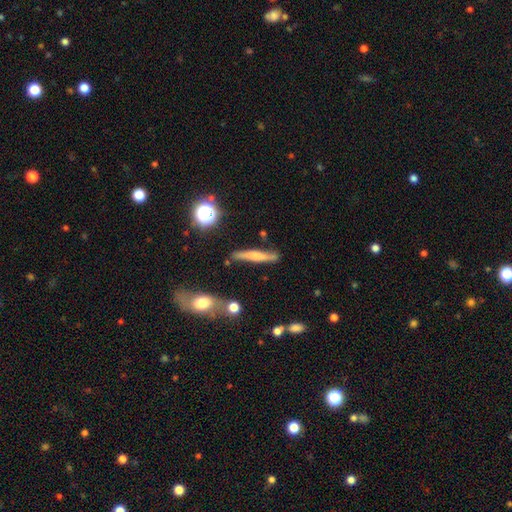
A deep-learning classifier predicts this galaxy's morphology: Smooth or featured?
  - smooth: 47% *
  - featured or disk: 44%
  - star or artifact: 9%
Merging?
  - none: 79% *
  - minor disturbance: 13%
  - merger: 4%
  - major disturbance: 3%